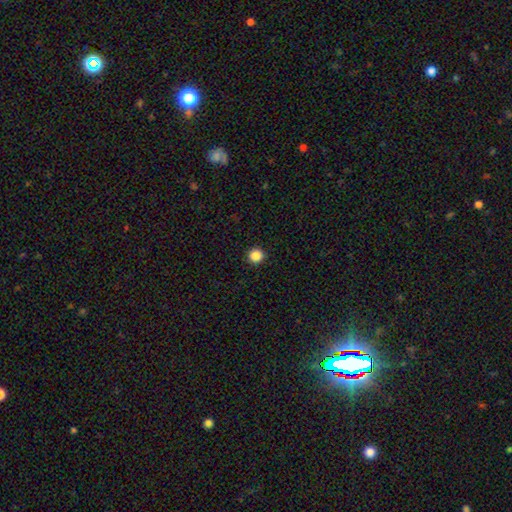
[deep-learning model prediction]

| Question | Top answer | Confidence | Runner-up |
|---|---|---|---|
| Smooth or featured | smooth | 87% | star or artifact (11%) |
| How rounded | round | 96% | in between (3%) |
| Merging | none | 94% | minor disturbance (4%) |